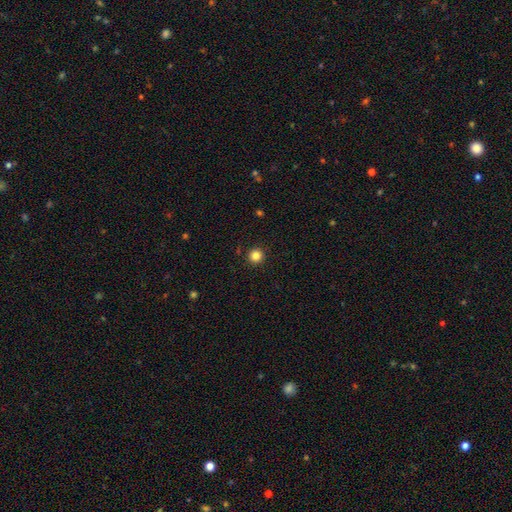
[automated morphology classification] A smooth galaxy with no disk features (84%) that is round (96%).

Vote fractions:
- Smooth or featured? smooth: 84% / star or artifact: 12% / featured or disk: 4%
- How rounded? round: 96% / in between: 3% / cigar-shaped: 1%
- Merging? none: 92% / minor disturbance: 5% / major disturbance: 2% / merger: 1%